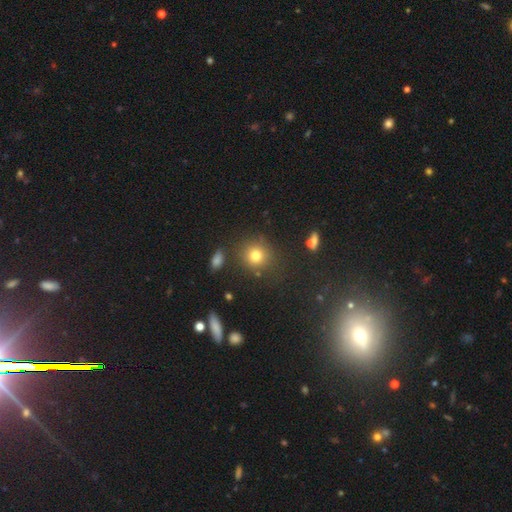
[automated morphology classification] A smooth galaxy with no disk features (77%) that is round (89%).

Vote fractions:
- Smooth or featured? smooth: 77% / star or artifact: 15% / featured or disk: 8%
- How rounded? round: 89% / in between: 10% / cigar-shaped: 1%
- Merging? none: 82% / minor disturbance: 10% / merger: 5% / major disturbance: 4%